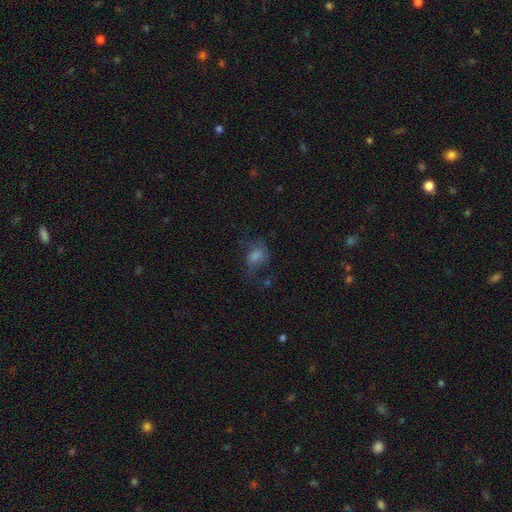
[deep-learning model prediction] Smooth or featured? Predicted: smooth (p=0.41). Merging? Predicted: none (p=0.49).